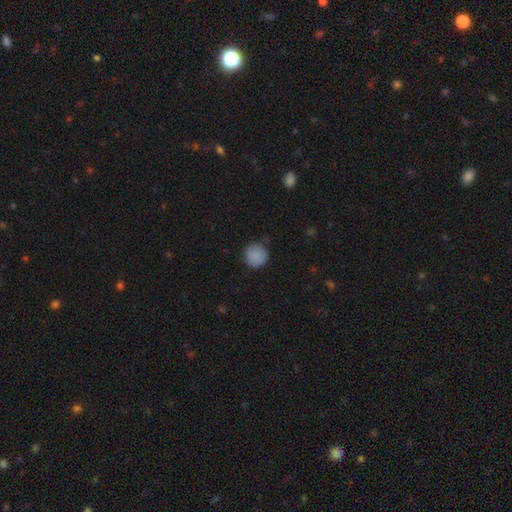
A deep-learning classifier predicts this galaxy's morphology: Overall: smooth (87%). How rounded: round (94%). Merging: none (85%).